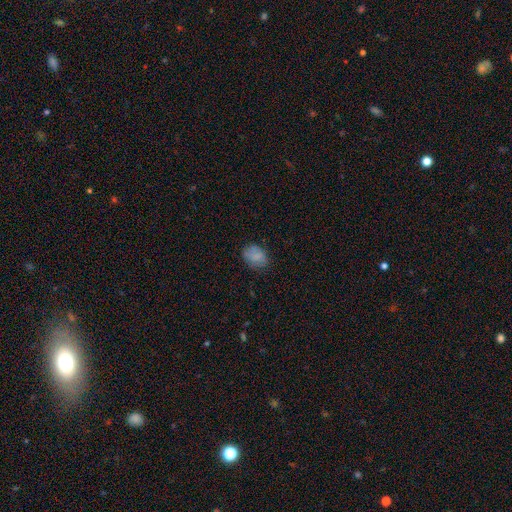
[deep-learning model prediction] Smooth or featured?
  - smooth: 80% *
  - featured or disk: 11%
  - star or artifact: 10%
How rounded?
  - in between: 65% *
  - round: 34%
  - cigar-shaped: 1%
Merging?
  - none: 74% *
  - minor disturbance: 19%
  - major disturbance: 6%
  - merger: 1%